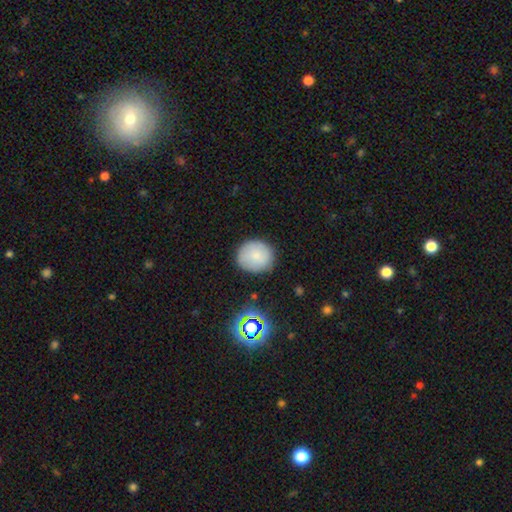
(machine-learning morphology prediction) type=smooth (80%); roundness=round (83%); merging=none (82%).